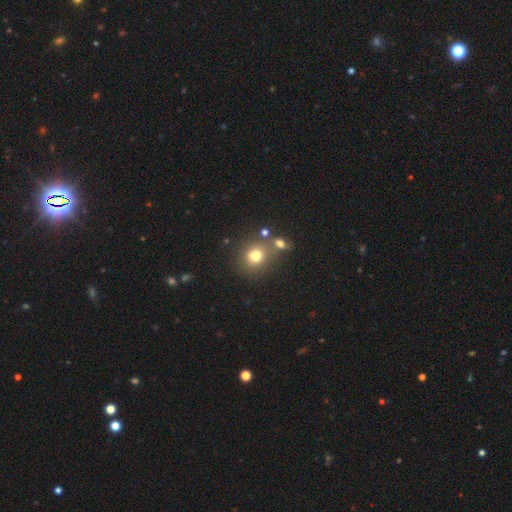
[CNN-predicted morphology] Smooth or featured? Predicted: smooth (p=0.73). How rounded? Predicted: round (p=0.76). Merging? Predicted: none (p=0.61).